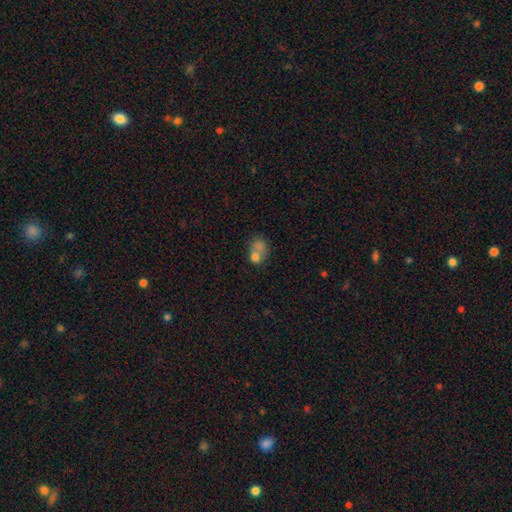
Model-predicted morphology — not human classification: Smooth or featured? smooth (70%)
How rounded? round (50%)
Merging? merger (53%)